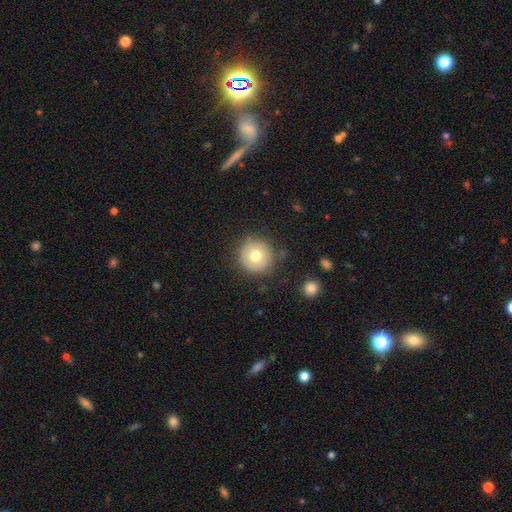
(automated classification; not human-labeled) Overall: smooth (72%). How rounded: round (95%). Merging: none (84%).